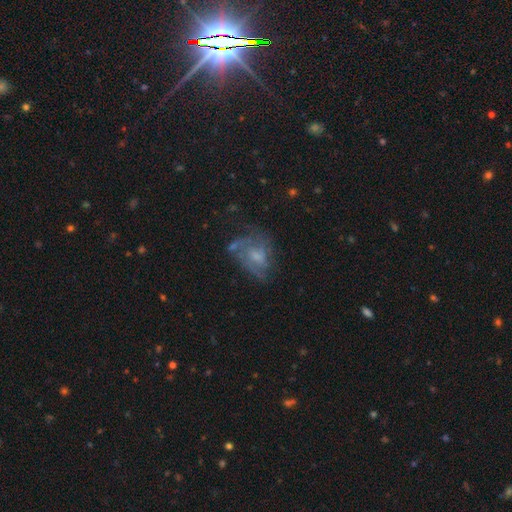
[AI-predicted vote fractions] A featured or disk galaxy (64%) with no bar (61%), spiral arms (73%) and a moderate central bulge (39%, tied with small).

Vote fractions:
- Smooth or featured? featured or disk: 64% / smooth: 25% / star or artifact: 11%
- Edge-on disk? no: 97% / yes: 3%
- Bar? no: 61% / weak: 34% / strong: 5%
- Spiral arms? yes: 73% / no: 27%
- Bulge size? moderate: 39% (tied) / small: 39% (tied) / none: 15% / large: 5% / dominant: 1%
- Merging? none: 43% / major disturbance: 26% / minor disturbance: 25% / merger: 6%